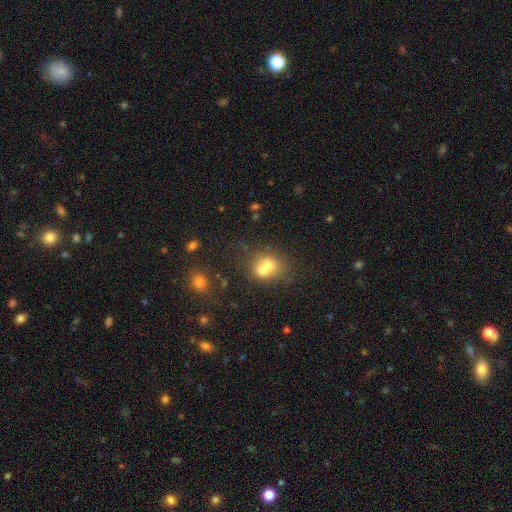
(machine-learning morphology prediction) Overall: smooth (62%; star or artifact 27%). How rounded: in between (49%, tied with round). Merging: none (62%).